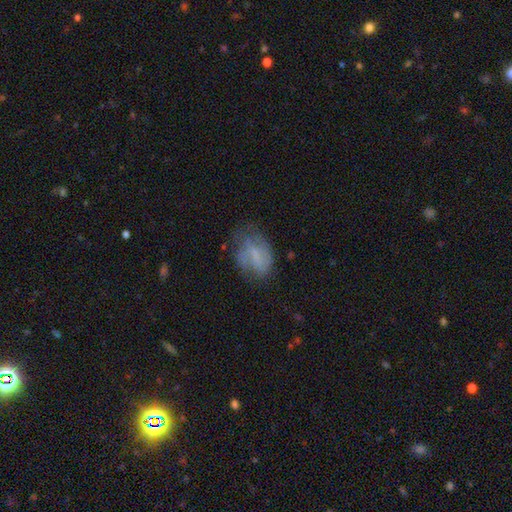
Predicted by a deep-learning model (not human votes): Smooth or featured? Predicted: smooth (p=0.46). Merging? Predicted: none (p=0.47).